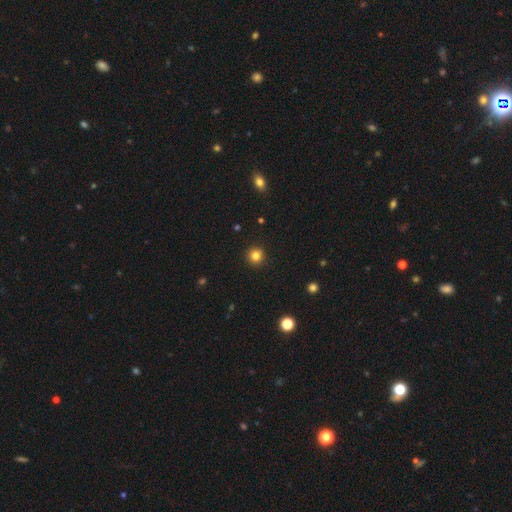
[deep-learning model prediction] The model was most divided on "smooth or featured": smooth: 82%, star or artifact: 12%, featured or disk: 5%. More confident: how rounded — round (94%); merging — none (93%).